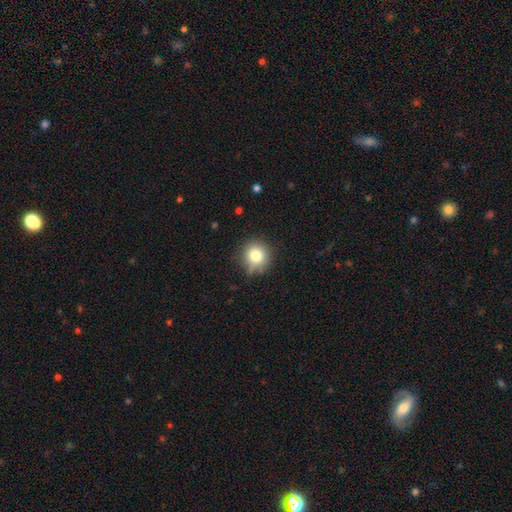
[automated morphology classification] Q: Smooth or featured?
A: smooth (80%); runner-up: star or artifact (11%)
Q: How rounded?
A: round (92%); runner-up: in between (7%)
Q: Merging?
A: none (77%); runner-up: minor disturbance (17%)